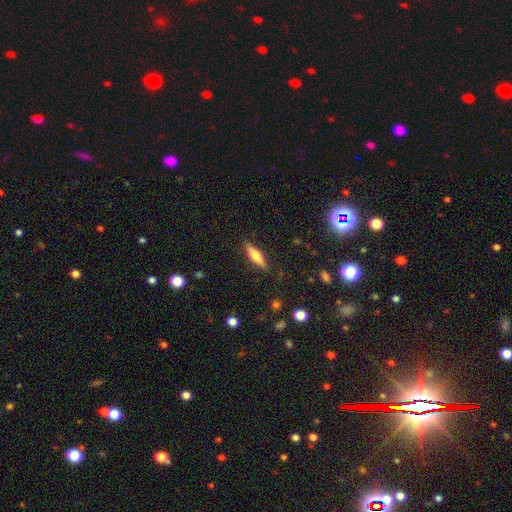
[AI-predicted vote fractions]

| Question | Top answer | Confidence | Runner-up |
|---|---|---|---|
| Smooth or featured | smooth | 61% | featured or disk (32%) |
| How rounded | cigar-shaped | 68% | in between (30%) |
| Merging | none | 86% | minor disturbance (10%) |